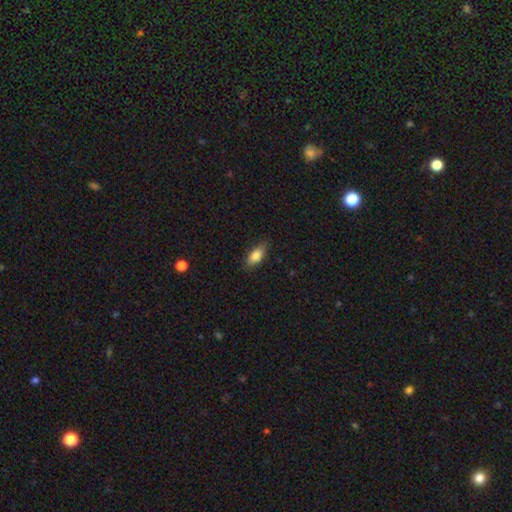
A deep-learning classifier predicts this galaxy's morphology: Smooth or featured?
  - smooth: 83% *
  - featured or disk: 10%
  - star or artifact: 7%
How rounded?
  - in between: 84% *
  - cigar-shaped: 12%
  - round: 4%
Merging?
  - none: 82% *
  - minor disturbance: 14%
  - major disturbance: 3%
  - merger: 1%